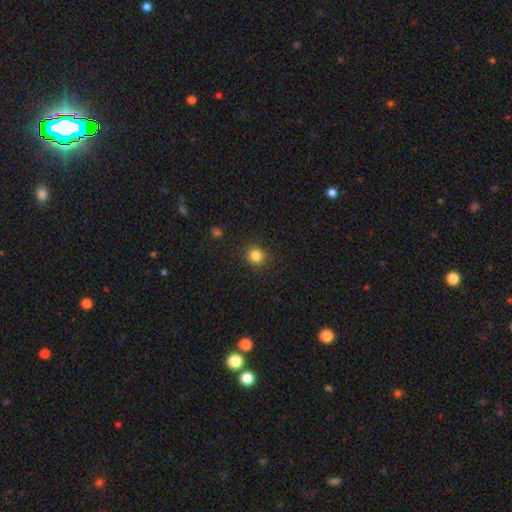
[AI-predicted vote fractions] Smooth or featured? smooth (83%)
How rounded? round (87%)
Merging? none (89%)